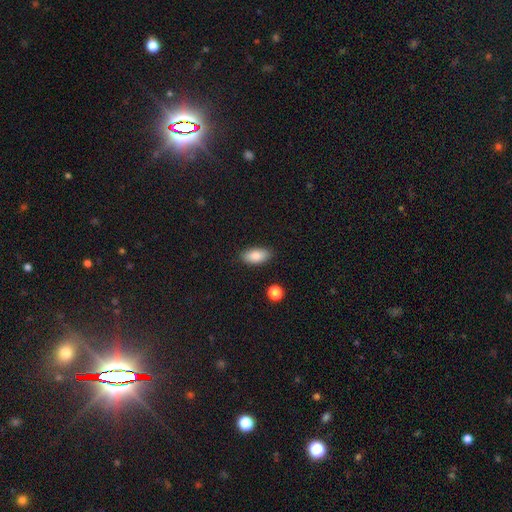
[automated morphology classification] Q: Smooth or featured?
A: smooth (84%); runner-up: featured or disk (9%)
Q: How rounded?
A: in between (89%); runner-up: cigar-shaped (7%)
Q: Merging?
A: none (87%); runner-up: minor disturbance (9%)